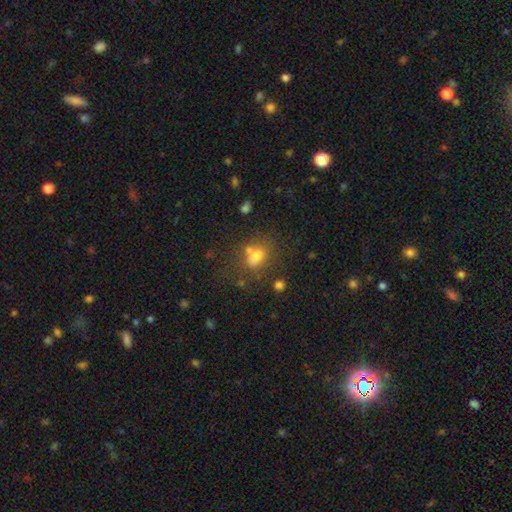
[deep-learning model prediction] Smooth or featured? smooth (68%)
How rounded? in between (52%)
Merging? none (52%)